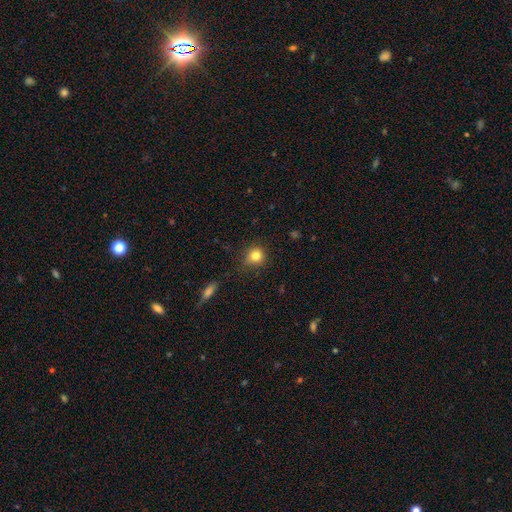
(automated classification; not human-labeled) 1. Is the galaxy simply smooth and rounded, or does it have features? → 81% smooth, 12% star or artifact, 6% featured or disk.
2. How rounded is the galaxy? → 87% round, 12% in between, 1% cigar-shaped.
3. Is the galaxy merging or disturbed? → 81% none, 14% minor disturbance, 3% major disturbance, 2% merger.